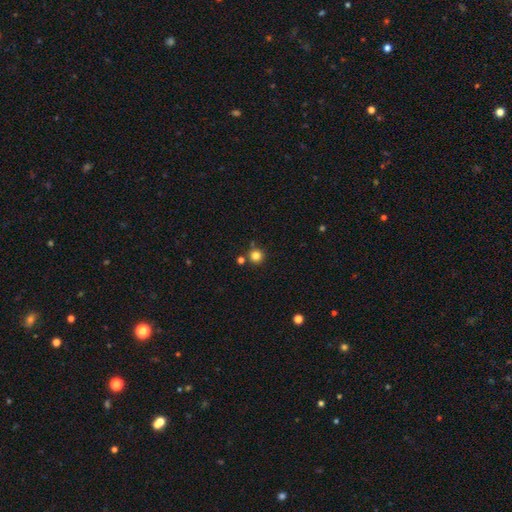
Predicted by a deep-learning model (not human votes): Smooth or featured? Predicted: smooth (p=0.81). How rounded? Predicted: round (p=0.95). Merging? Predicted: none (p=0.83).